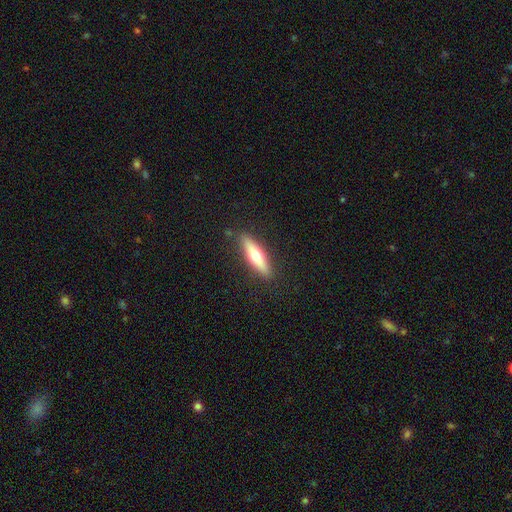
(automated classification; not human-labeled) A smooth galaxy with no disk features (53%) that is cigar-shaped (73%).

Vote fractions:
- Smooth or featured? smooth: 53% / featured or disk: 41% / star or artifact: 6%
- How rounded? cigar-shaped: 73% / in between: 25% / round: 2%
- Merging? none: 88% / minor disturbance: 9% / major disturbance: 2% / merger: 1%